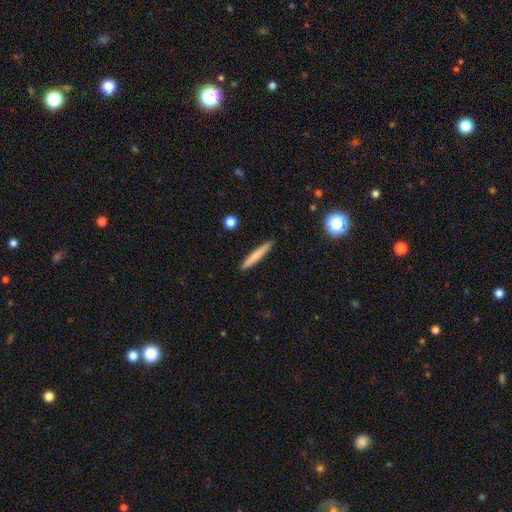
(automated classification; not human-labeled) Smooth or featured? Predicted: smooth (p=0.75). How rounded? Predicted: cigar-shaped (p=0.95). Merging? Predicted: none (p=0.90).